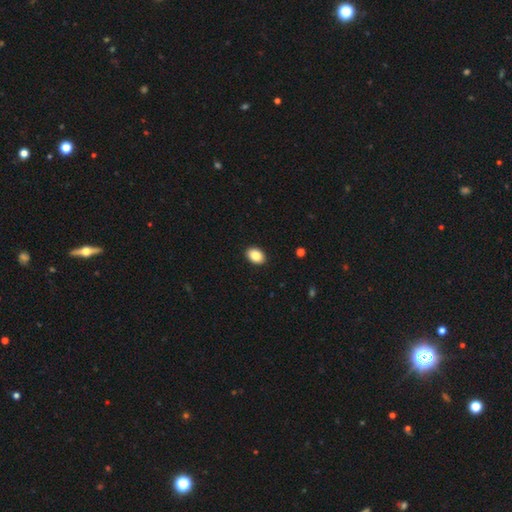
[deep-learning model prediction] smooth-or-featured: smooth: 86% | star or artifact: 8% | featured or disk: 6%
  how-rounded: in between: 81% | round: 18% | cigar-shaped: 1%
  merging: none: 91% | minor disturbance: 6% | major disturbance: 2% | merger: 1%